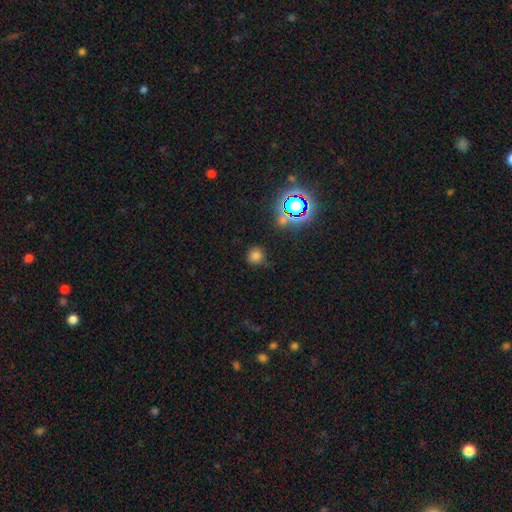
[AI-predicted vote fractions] Smooth or featured: smooth — 72% (star or artifact — 22%)
How rounded: round — 91% (in between — 8%)
Merging: none — 82% (minor disturbance — 12%)